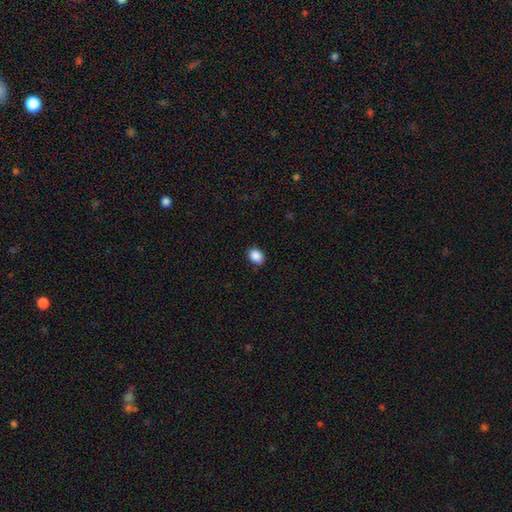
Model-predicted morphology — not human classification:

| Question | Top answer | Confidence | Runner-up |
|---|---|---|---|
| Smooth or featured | smooth | 89% | star or artifact (9%) |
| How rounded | in between | 64% | round (35%) |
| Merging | none | 86% | minor disturbance (10%) |